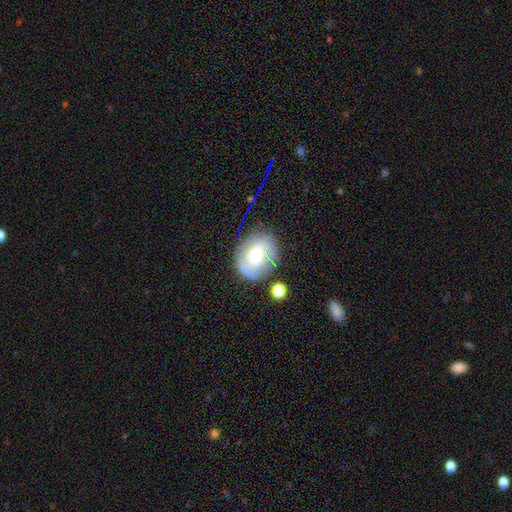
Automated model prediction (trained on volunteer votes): Smooth or featured? Predicted: featured or disk (p=0.49). Merging? Predicted: none (p=0.68).